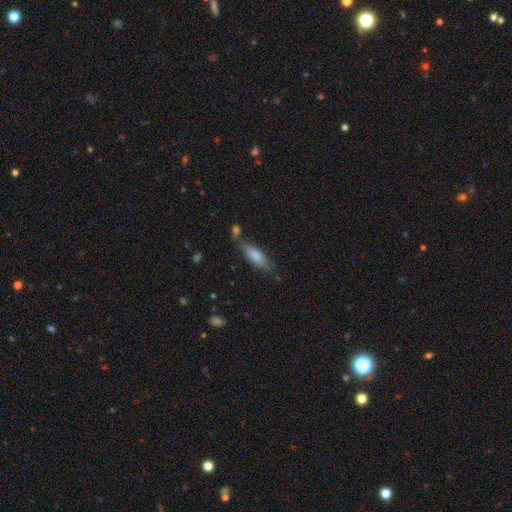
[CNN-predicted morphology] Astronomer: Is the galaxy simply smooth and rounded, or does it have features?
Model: smooth — 78%.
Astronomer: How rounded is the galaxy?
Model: in between — 57% (runner-up: cigar-shaped, 41%).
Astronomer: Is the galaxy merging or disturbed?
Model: none — 61%.